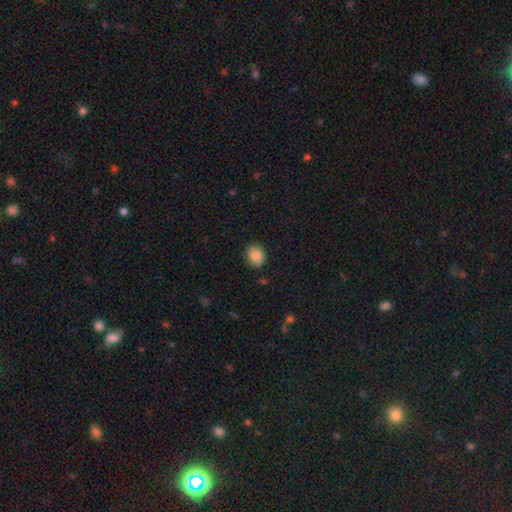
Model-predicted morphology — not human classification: type=smooth (87%); roundness=round (60%); merging=none (84%).